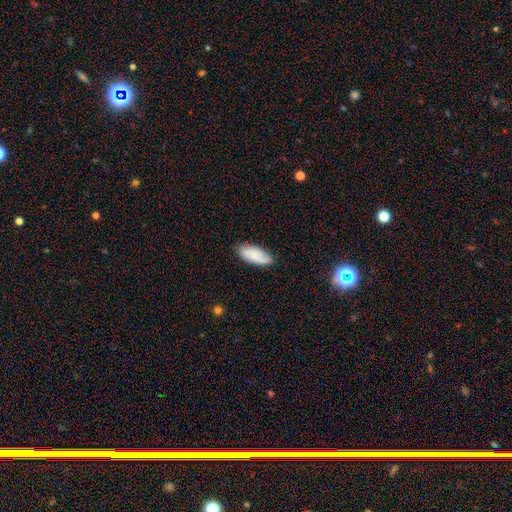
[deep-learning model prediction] A smooth galaxy with no disk features (72%) that is in between round and cigar-shaped (85%).

Vote fractions:
- Smooth or featured? smooth: 72% / featured or disk: 22% / star or artifact: 7%
- How rounded? in between: 85% / cigar-shaped: 13% / round: 2%
- Merging? none: 78% / minor disturbance: 17% / major disturbance: 3% / merger: 1%